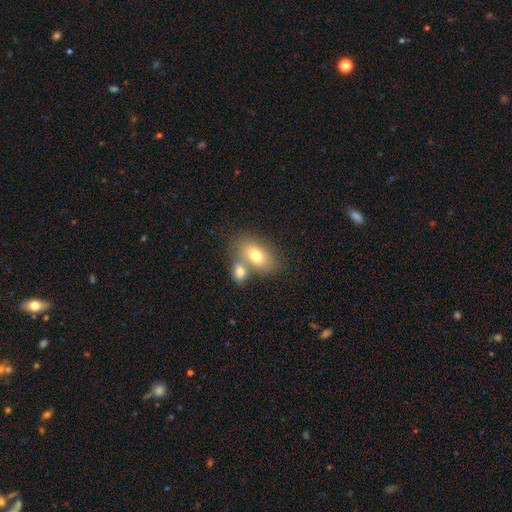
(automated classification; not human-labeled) Smooth or featured? Predicted: smooth (p=0.73). How rounded? Predicted: in between (p=0.88). Merging? Predicted: merger (p=0.44).